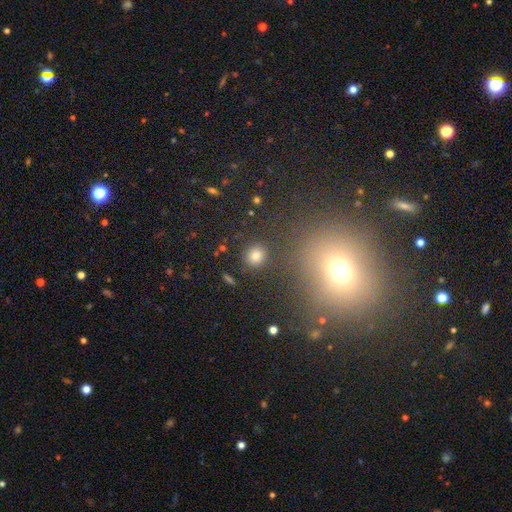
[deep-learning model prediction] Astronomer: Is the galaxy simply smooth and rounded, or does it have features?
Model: smooth — 80%.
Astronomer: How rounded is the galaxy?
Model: round — 84%.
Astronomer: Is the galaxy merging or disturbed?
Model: none — 88%.